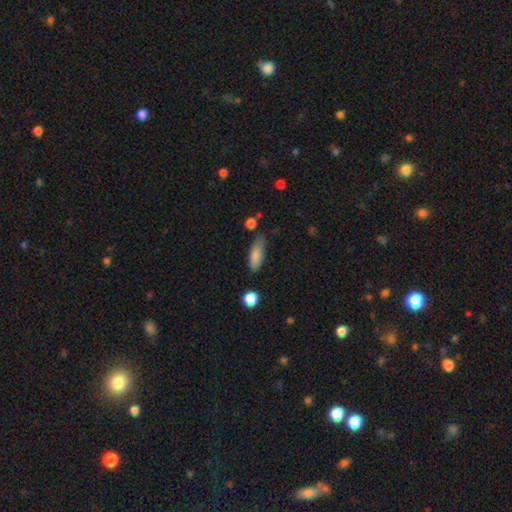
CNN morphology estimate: A smooth galaxy with no disk features (84%) that is in between round and cigar-shaped (71%).

Vote fractions:
- Smooth or featured? smooth: 84% / featured or disk: 9% / star or artifact: 7%
- How rounded? in between: 71% / cigar-shaped: 27% / round: 3%
- Merging? none: 64% / minor disturbance: 26% / major disturbance: 6% / merger: 4%